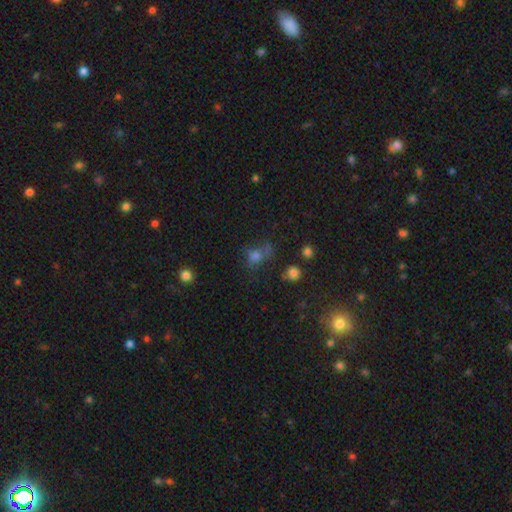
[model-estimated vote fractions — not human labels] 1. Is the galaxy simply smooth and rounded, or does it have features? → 58% smooth, 27% star or artifact, 15% featured or disk.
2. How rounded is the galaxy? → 62% round, 36% in between, 2% cigar-shaped.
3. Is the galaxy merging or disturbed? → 46% none, 20% minor disturbance, 19% major disturbance, 15% merger.